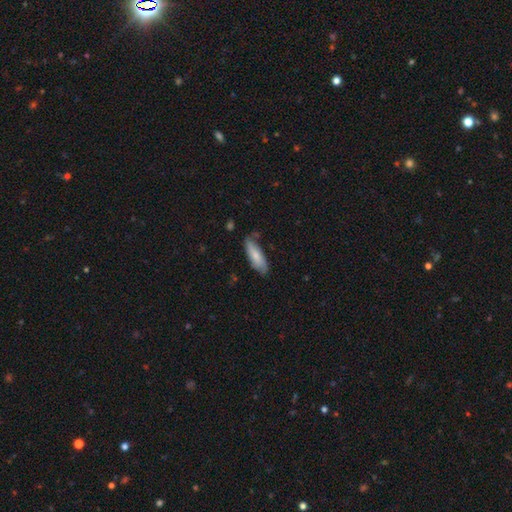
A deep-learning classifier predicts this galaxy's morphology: Q: Smooth or featured?
A: smooth (69%); runner-up: featured or disk (25%)
Q: How rounded?
A: in between (60%); runner-up: cigar-shaped (38%)
Q: Merging?
A: none (69%); runner-up: minor disturbance (24%)